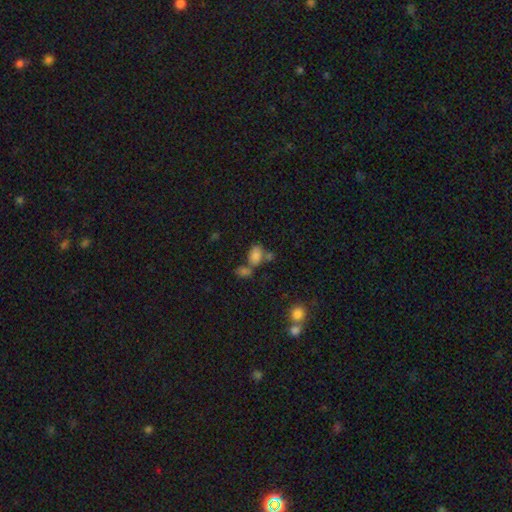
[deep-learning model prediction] Q: Smooth or featured?
A: smooth (78%); runner-up: star or artifact (12%)
Q: How rounded?
A: in between (83%); runner-up: round (15%)
Q: Merging?
A: merger (41%); runner-up: none (38%)